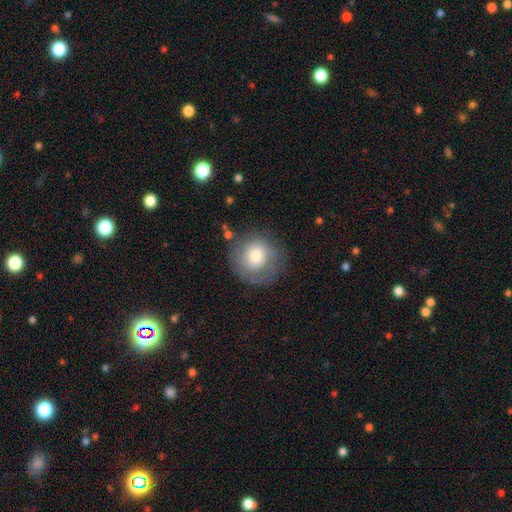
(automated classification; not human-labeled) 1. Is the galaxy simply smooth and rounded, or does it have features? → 63% smooth, 29% featured or disk, 8% star or artifact.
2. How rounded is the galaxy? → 91% round, 8% in between, 1% cigar-shaped.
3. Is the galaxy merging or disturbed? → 71% none, 18% minor disturbance, 9% major disturbance, 2% merger.